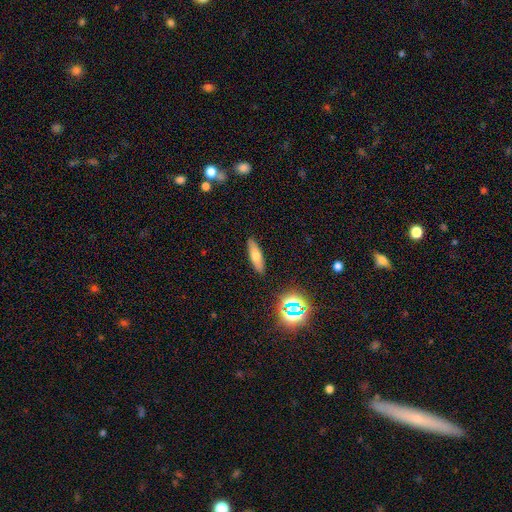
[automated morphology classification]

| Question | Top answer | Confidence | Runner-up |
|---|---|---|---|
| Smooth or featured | smooth | 62% | featured or disk (26%) |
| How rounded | cigar-shaped | 56% | in between (41%) |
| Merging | none | 88% | minor disturbance (8%) |